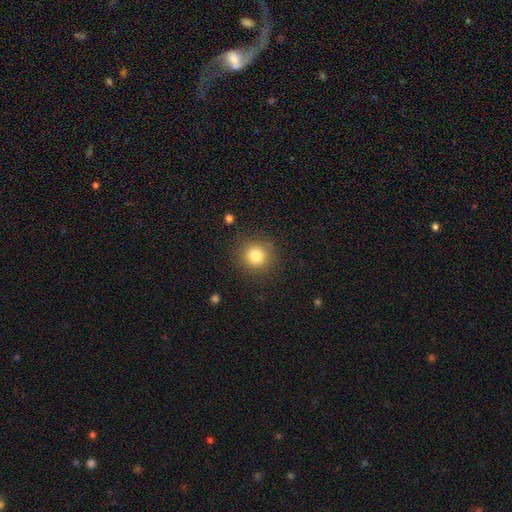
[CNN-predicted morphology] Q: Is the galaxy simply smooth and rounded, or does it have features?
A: smooth — 82%.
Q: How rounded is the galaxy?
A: round — 93%.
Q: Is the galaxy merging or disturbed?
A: none — 88%.